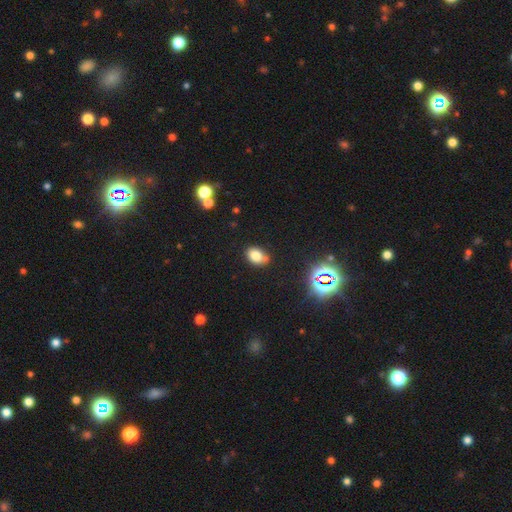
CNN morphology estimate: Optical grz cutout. It shows a smooth galaxy with no disk features (77%) that is in between round and cigar-shaped (79%). Merging: none (69%).